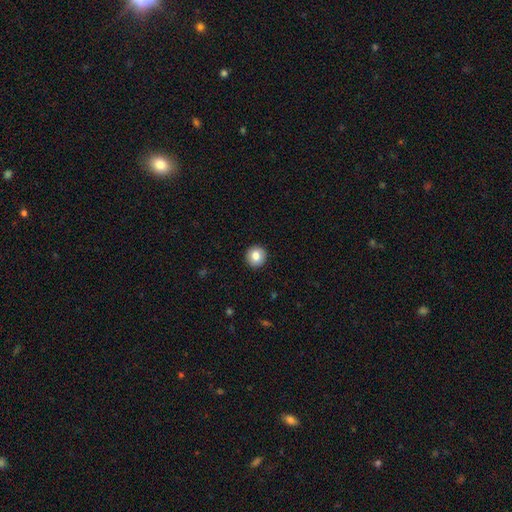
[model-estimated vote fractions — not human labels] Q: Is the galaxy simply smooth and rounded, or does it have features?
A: smooth — 82%.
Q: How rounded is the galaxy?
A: round — 93%.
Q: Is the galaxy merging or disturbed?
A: none — 93%.